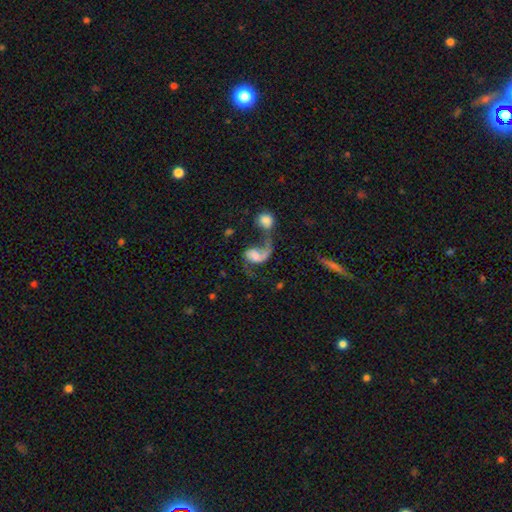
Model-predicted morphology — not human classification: smooth-or-featured: featured or disk: 65% | smooth: 26% | star or artifact: 9%
  disk-edge-on: no: 97% | yes: 3%
    bar: no: 58% | weak: 31% | strong: 11%
    has-spiral-arms: yes: 84% | no: 16%
      spiral-winding: loose: 75% | medium: 20% | tight: 5%
      spiral-arm-count: 1: 50% | 2: 44% | can't tell: 3% | 3: 1% | 4: 1% | more than 4: 1%
    bulge-size: none: 37% | moderate: 20% | small: 20% | large: 18% | dominant: 6%
  merging: merger: 39% | major disturbance: 30% | none: 20% | minor disturbance: 11%